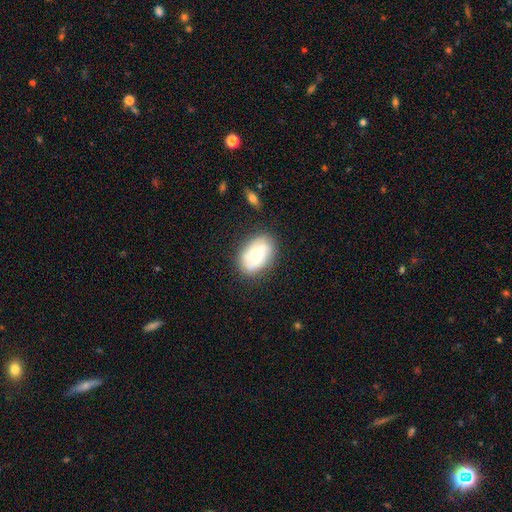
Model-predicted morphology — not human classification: This appears to be a smooth galaxy with no disk features (48%). Merging: none (74%).